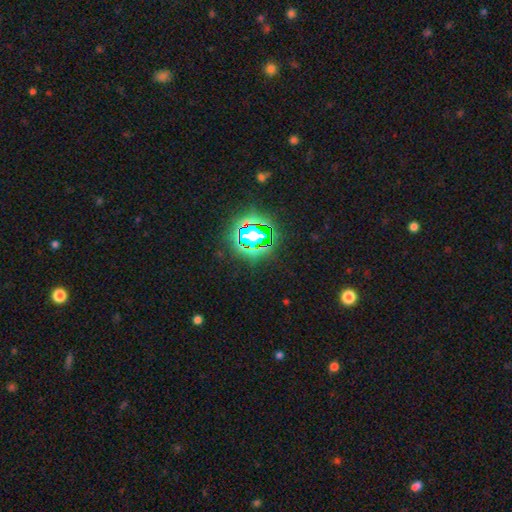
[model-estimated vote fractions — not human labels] Smooth or featured? star or artifact (82%)